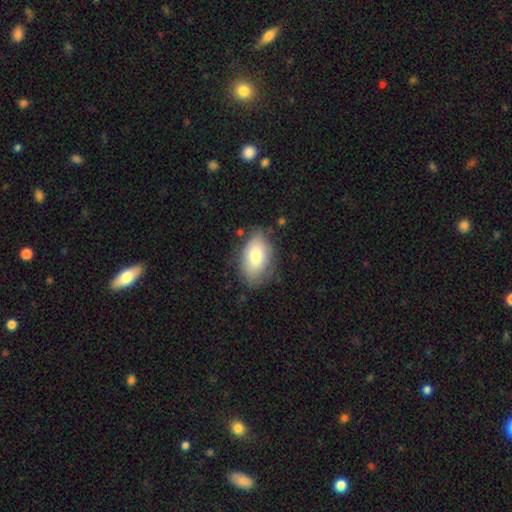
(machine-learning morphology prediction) smooth-or-featured: smooth: 77% | featured or disk: 17% | star or artifact: 7%
  how-rounded: in between: 92% | round: 5% | cigar-shaped: 2%
  merging: none: 71% | minor disturbance: 22% | major disturbance: 5% | merger: 2%